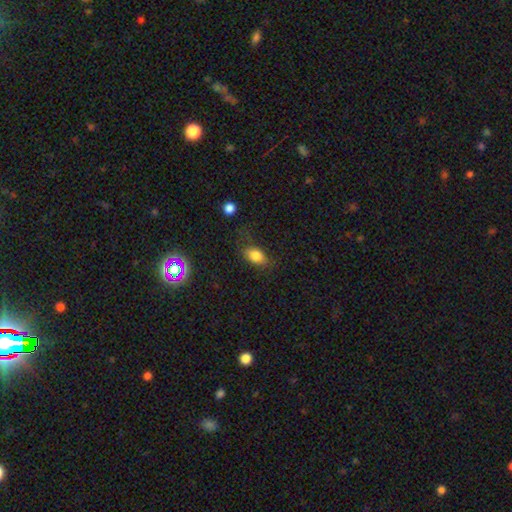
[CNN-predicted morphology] This is clearly a smooth galaxy (81%). How rounded: clearly in between (83%). Merging: likely none (69%).